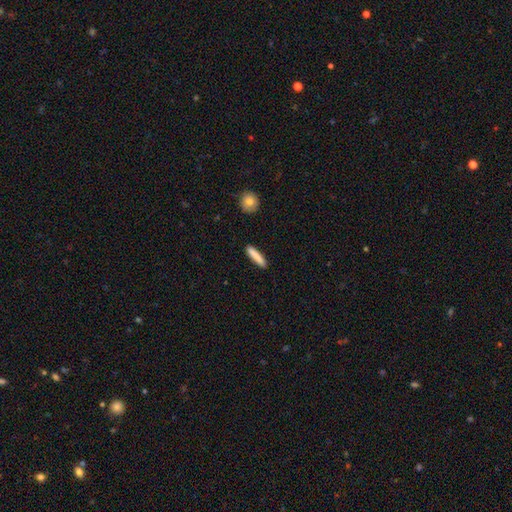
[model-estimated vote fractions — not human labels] Smooth or featured?
  - smooth: 83% *
  - featured or disk: 11%
  - star or artifact: 6%
How rounded?
  - cigar-shaped: 90% *
  - in between: 8%
  - round: 1%
Merging?
  - none: 90% *
  - minor disturbance: 7%
  - major disturbance: 2%
  - merger: 2%